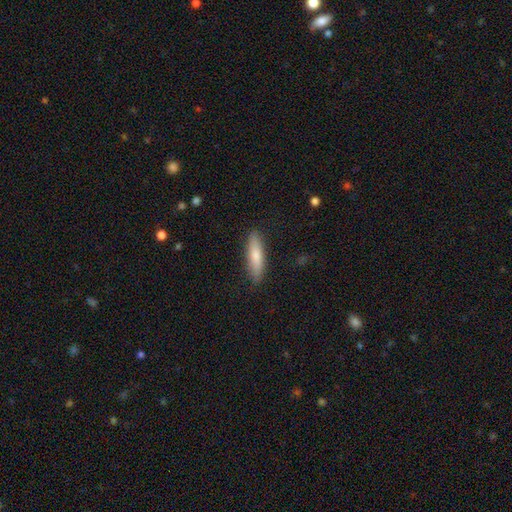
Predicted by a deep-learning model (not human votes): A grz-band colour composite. It shows a smooth galaxy with no disk features (74%) that is cigar-shaped (72%). Merging: none (88%).